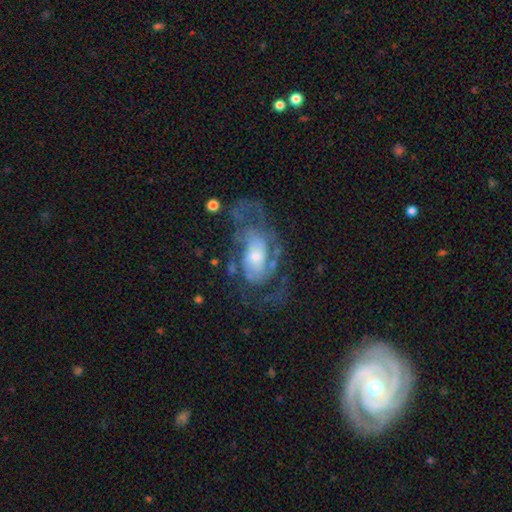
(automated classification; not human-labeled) smooth-or-featured: featured or disk: 80% | smooth: 14% | star or artifact: 6%
  disk-edge-on: no: 96% | yes: 4%
    bar: no: 65% | weak: 29% | strong: 7%
    has-spiral-arms: yes: 83% | no: 17%
      spiral-winding: medium: 43% | tight: 35% | loose: 21%
      spiral-arm-count: 2: 38% | can't tell: 33% | 3: 14% | 1: 6% | 4: 5% | more than 4: 4%
    bulge-size: moderate: 46% | small: 39% | large: 10% | none: 3% | dominant: 2%
  merging: none: 46% | major disturbance: 32% | minor disturbance: 19% | merger: 3%